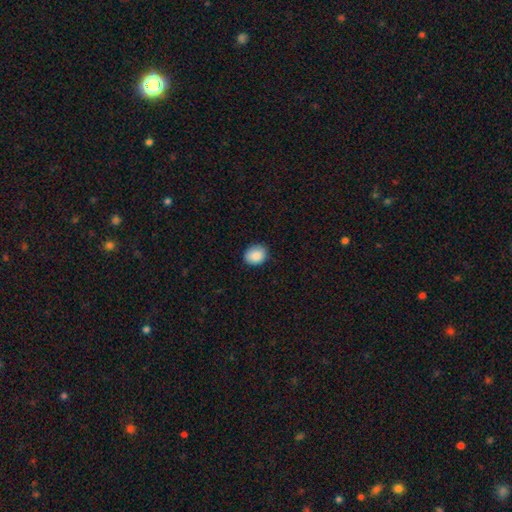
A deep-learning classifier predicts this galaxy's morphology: A smooth galaxy with no disk features (88%) that is round (54%).

Vote fractions:
- Smooth or featured? smooth: 88% / star or artifact: 8% / featured or disk: 4%
- How rounded? round: 54% / in between: 46% / cigar-shaped: 1%
- Merging? none: 85% / minor disturbance: 12% / major disturbance: 2% / merger: 1%